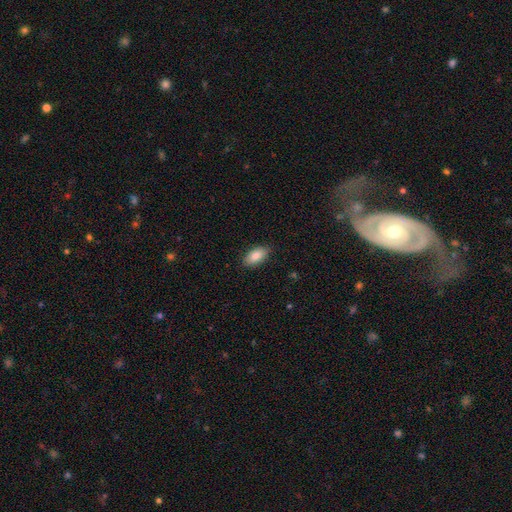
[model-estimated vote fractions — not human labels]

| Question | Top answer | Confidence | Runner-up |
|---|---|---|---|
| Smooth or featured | smooth | 86% | featured or disk (7%) |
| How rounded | in between | 92% | cigar-shaped (5%) |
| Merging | none | 87% | minor disturbance (10%) |